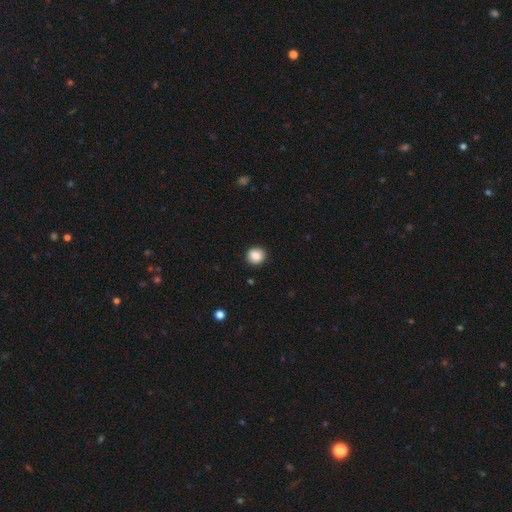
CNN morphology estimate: smooth_or_featured: smooth (p=0.87) [alt: star or artifact p=0.09]
how_rounded: round (p=0.88) [alt: in between p=0.11]
merging: none (p=0.90) [alt: minor disturbance p=0.07]